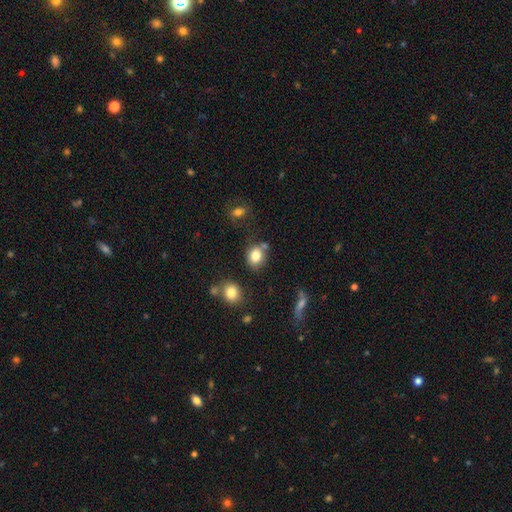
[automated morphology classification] This is clearly a smooth galaxy (82%). How rounded: possibly round (55%). Merging: likely none (66%).